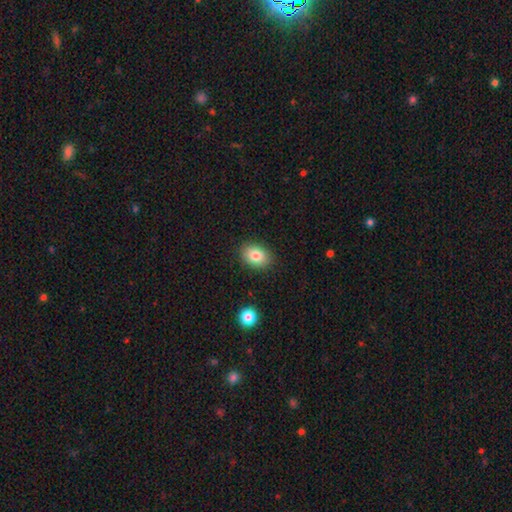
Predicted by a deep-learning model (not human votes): Smooth or featured: smooth — 83% (featured or disk — 9%)
How rounded: in between — 74% (round — 25%)
Merging: none — 87% (minor disturbance — 9%)